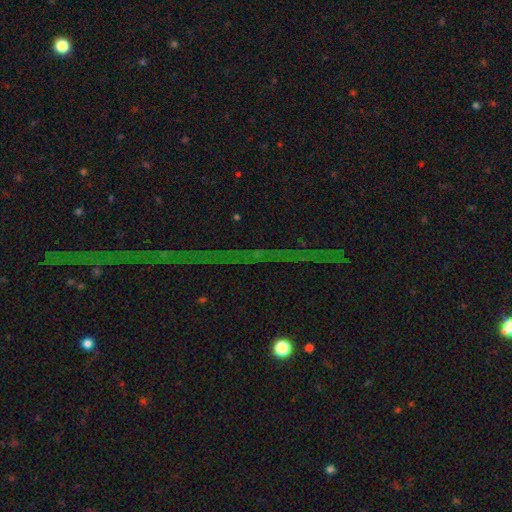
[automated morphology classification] Overall: star or artifact (85%).